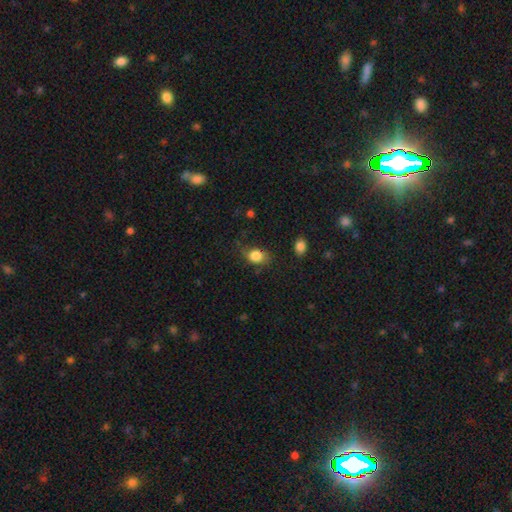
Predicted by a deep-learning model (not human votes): Smooth or featured: smooth — 84% (star or artifact — 9%)
How rounded: in between — 62% (round — 36%)
Merging: none — 64% (minor disturbance — 25%)